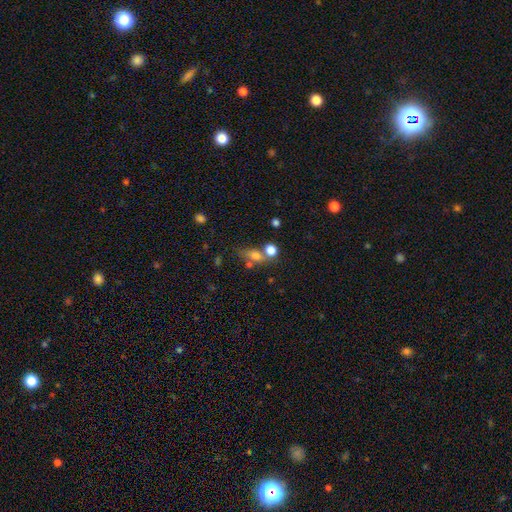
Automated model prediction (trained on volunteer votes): Q: Smooth or featured?
A: smooth (68%); runner-up: star or artifact (16%)
Q: How rounded?
A: round (48%); runner-up: in between (46%)
Q: Merging?
A: none (39%); tied with: merger (39%)